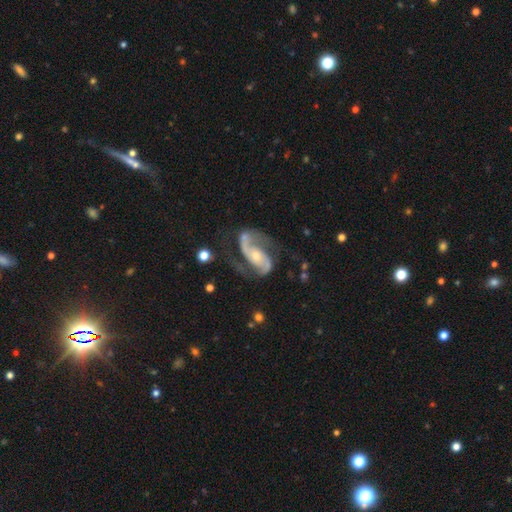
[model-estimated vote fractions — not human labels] A featured or disk galaxy (90%) with no bar (51%), 2 (91%) medium (51%) spiral arms (97%) and a small central bulge (55%).

Vote fractions:
- Smooth or featured? featured or disk: 90% / star or artifact: 5% / smooth: 5%
- Edge-on disk? no: 97% / yes: 3%
- Bar? no: 51% / weak: 28% / strong: 20%
- Spiral arms? yes: 97% / no: 3%
- Spiral winding? medium: 51% / loose: 32% / tight: 17%
- Spiral arm count? 2: 91% / 1: 3% / can't tell: 2% / 3: 1% / 4: 1% / more than 4: 1%
- Bulge size? small: 55% / moderate: 40% / large: 2% / none: 2% / dominant: 1%
- Merging? none: 65% / minor disturbance: 19% / major disturbance: 14% / merger: 3%